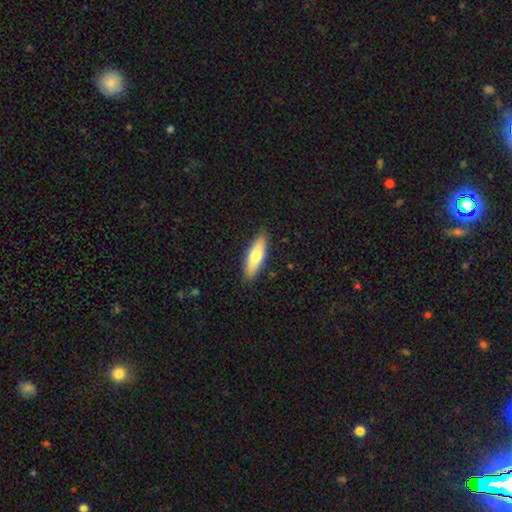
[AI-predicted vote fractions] A smooth galaxy with no disk features (67%) that is cigar-shaped (52%).

Vote fractions:
- Smooth or featured? smooth: 67% / featured or disk: 27% / star or artifact: 6%
- How rounded? cigar-shaped: 52% / in between: 46% / round: 2%
- Merging? none: 89% / minor disturbance: 8% / major disturbance: 2% / merger: 1%